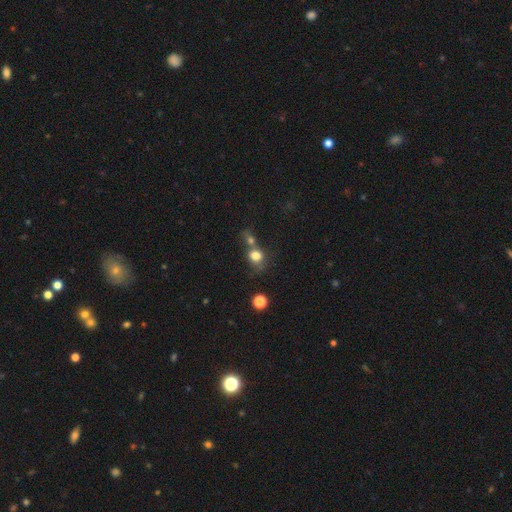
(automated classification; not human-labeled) Morphology: type=smooth (76%); roundness=round (66%); merging=merger (47%).